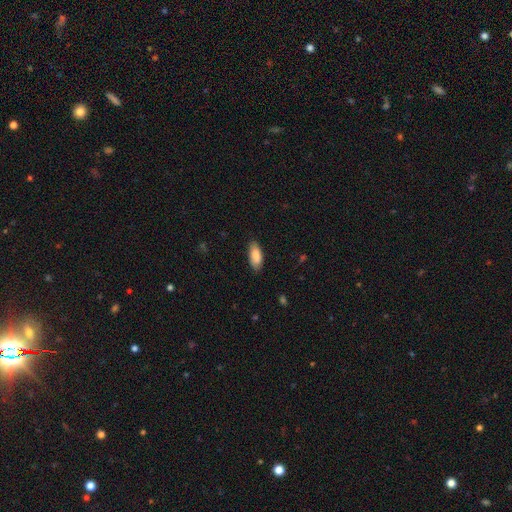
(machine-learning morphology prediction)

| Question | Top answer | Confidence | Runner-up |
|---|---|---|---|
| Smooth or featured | smooth | 87% | featured or disk (8%) |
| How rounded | in between | 84% | cigar-shaped (15%) |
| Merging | none | 84% | minor disturbance (13%) |